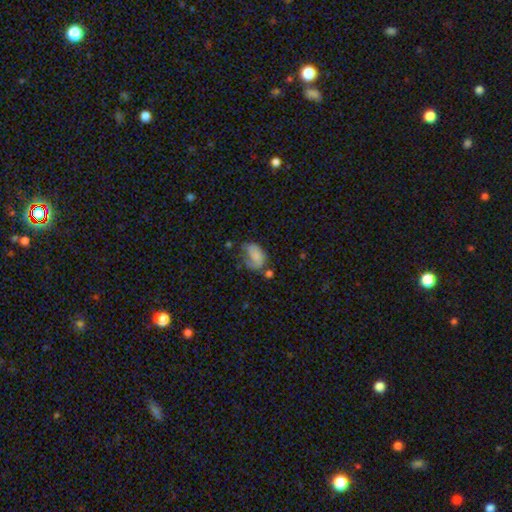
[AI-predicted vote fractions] smooth_or_featured: smooth (p=0.64) [alt: featured or disk p=0.27]
how_rounded: in between (p=0.85) [alt: round p=0.14]
merging: none (p=0.33) [alt: minor disturbance p=0.32]